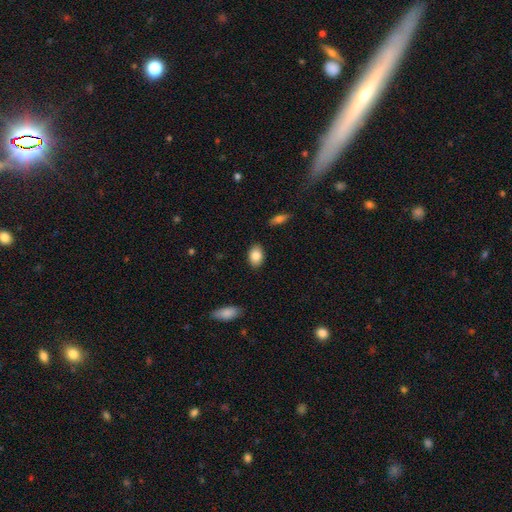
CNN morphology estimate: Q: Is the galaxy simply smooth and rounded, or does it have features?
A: smooth — 85%.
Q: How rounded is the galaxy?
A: in between — 85%.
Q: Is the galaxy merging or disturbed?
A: none — 88%.